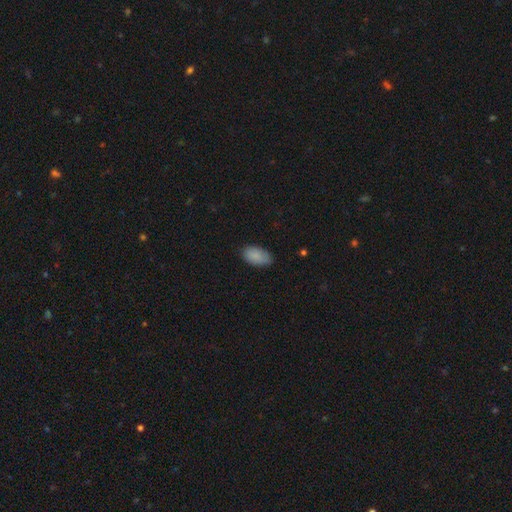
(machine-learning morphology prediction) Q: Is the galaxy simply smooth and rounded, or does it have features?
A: smooth — 87%.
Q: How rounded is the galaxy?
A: in between — 94%.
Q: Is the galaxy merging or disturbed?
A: none — 73%.